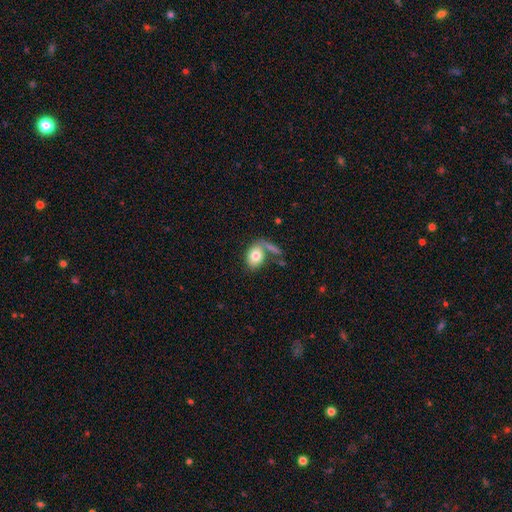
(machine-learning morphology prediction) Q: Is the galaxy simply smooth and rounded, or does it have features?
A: smooth — 78%.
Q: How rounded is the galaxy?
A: in between — 77%.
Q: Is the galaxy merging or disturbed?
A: none — 49%.